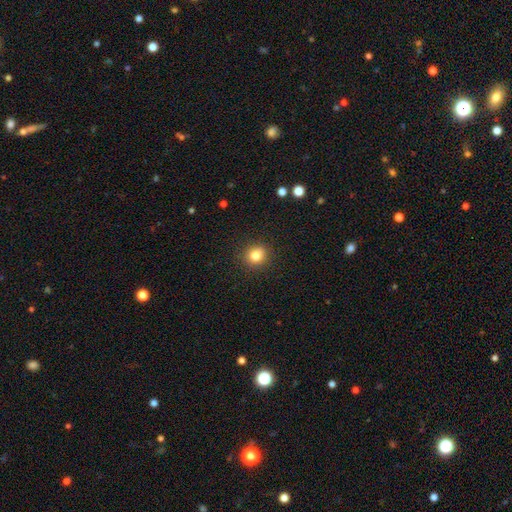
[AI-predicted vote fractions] Overall: smooth (82%). How rounded: round (80%). Merging: none (88%).